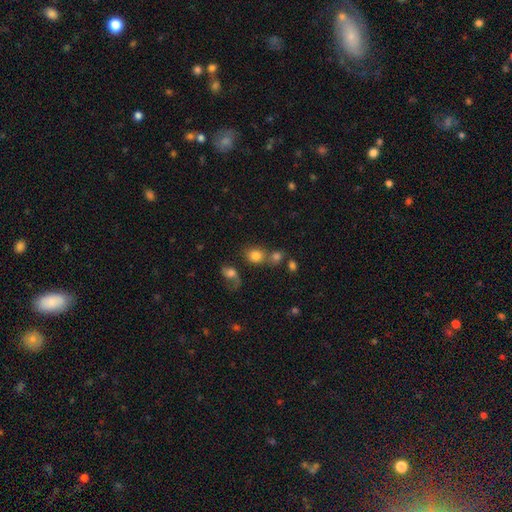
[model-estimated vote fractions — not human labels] Overall: smooth (79%). How rounded: round (67%; in between 32%). Merging: none (54%; merger 29%).